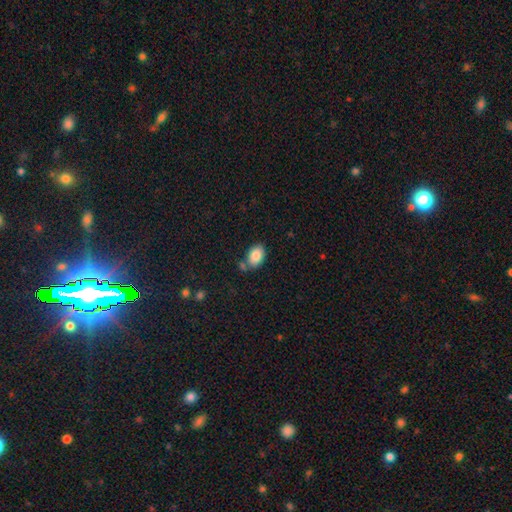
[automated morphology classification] Smooth or featured? smooth (86%)
How rounded? in between (87%)
Merging? none (67%)